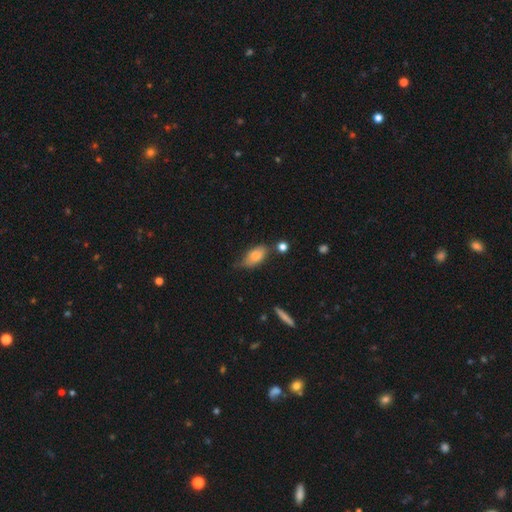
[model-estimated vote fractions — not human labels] Q: Smooth or featured?
A: smooth (79%); runner-up: featured or disk (14%)
Q: How rounded?
A: in between (87%); runner-up: cigar-shaped (8%)
Q: Merging?
A: none (49%); runner-up: minor disturbance (36%)